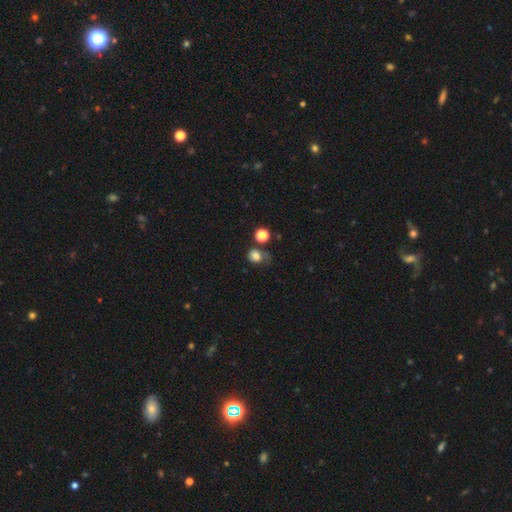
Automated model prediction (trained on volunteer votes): Smooth or featured? smooth (78%)
How rounded? round (66%)
Merging? none (43%)